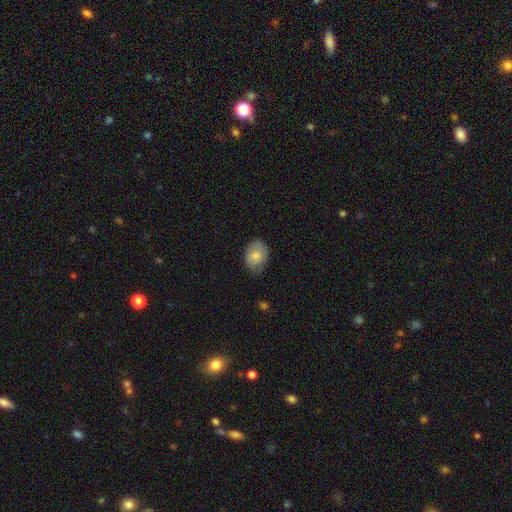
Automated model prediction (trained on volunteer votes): A smooth galaxy with no disk features (76%) that is in between round and cigar-shaped (69%).

Vote fractions:
- Smooth or featured? smooth: 76% / featured or disk: 17% / star or artifact: 7%
- How rounded? in between: 69% / round: 30% / cigar-shaped: 1%
- Merging? none: 67% / minor disturbance: 26% / major disturbance: 5% / merger: 1%